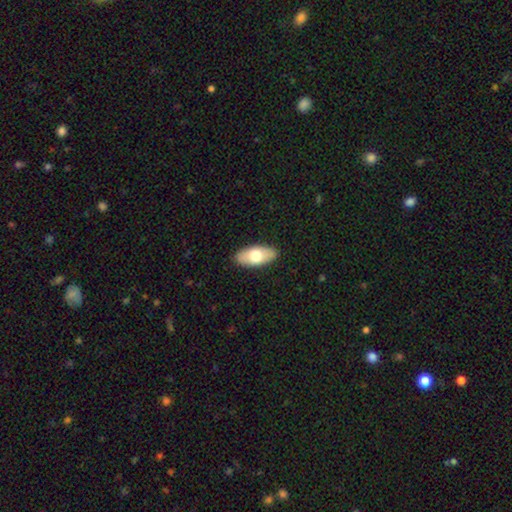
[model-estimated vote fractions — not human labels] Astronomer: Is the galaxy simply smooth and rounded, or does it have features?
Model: smooth — 69%.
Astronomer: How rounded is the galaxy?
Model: in between — 89%.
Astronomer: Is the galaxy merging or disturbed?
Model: none — 89%.